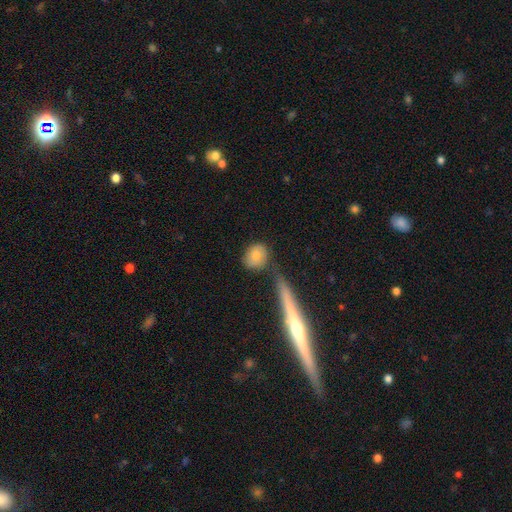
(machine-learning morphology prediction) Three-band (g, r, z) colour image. It shows a smooth galaxy with no disk features (79%) that is round (60%). Merging: none (69%).